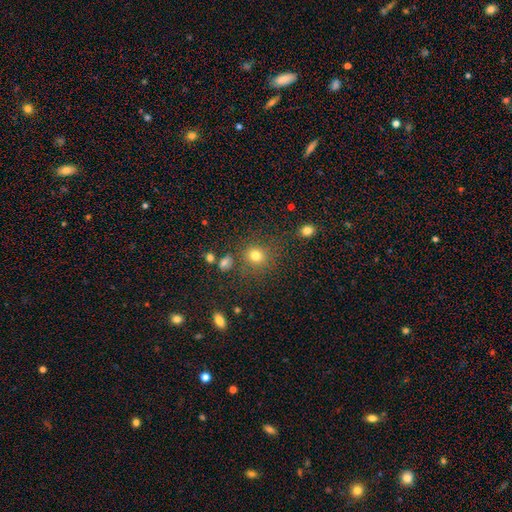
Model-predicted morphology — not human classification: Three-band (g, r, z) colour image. It shows a smooth galaxy with no disk features (78%) that is round (85%). Merging: none (77%).